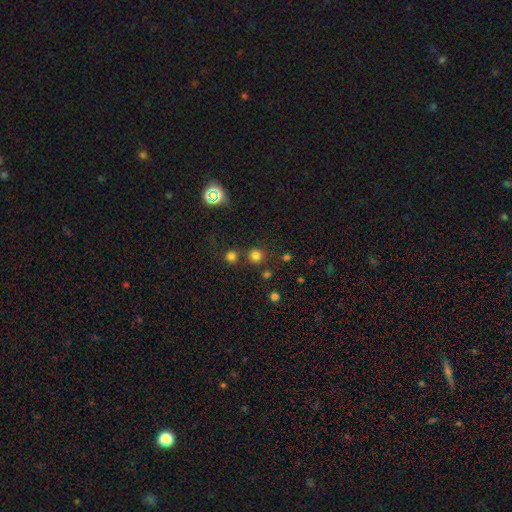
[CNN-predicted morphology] A smooth galaxy with no disk features (74%) that is round (93%). Merging: none (74%).